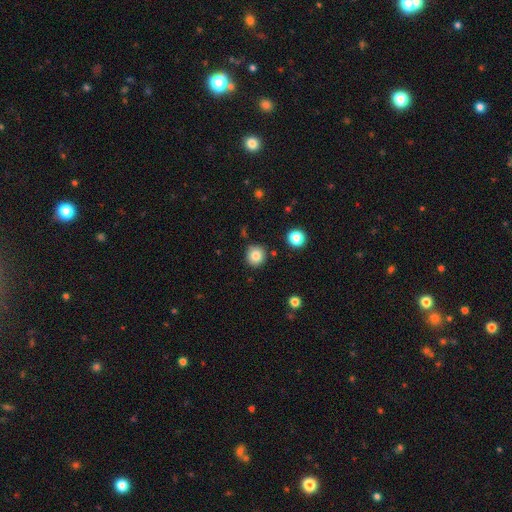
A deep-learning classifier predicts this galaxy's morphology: A smooth galaxy with no disk features (83%) that is round (93%).

Vote fractions:
- Smooth or featured? smooth: 83% / star or artifact: 11% / featured or disk: 7%
- How rounded? round: 93% / in between: 6% / cigar-shaped: 1%
- Merging? none: 87% / minor disturbance: 8% / merger: 3% / major disturbance: 2%